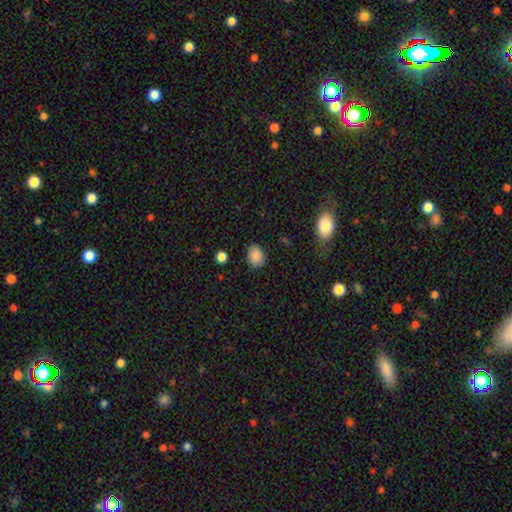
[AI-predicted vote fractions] smooth-or-featured: smooth: 87% | star or artifact: 9% | featured or disk: 4%
  how-rounded: round: 51% | in between: 48% | cigar-shaped: 1%
  merging: none: 83% | minor disturbance: 12% | major disturbance: 3% | merger: 2%